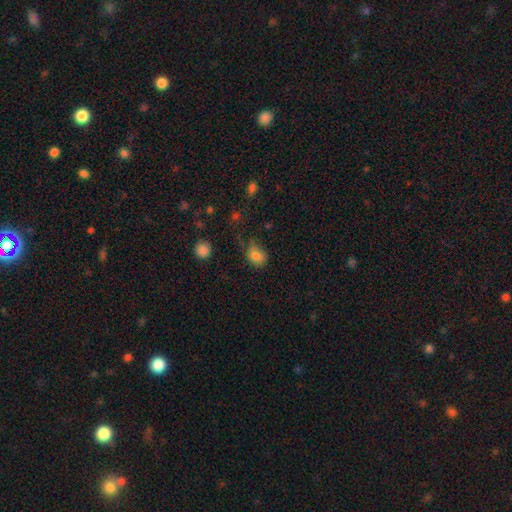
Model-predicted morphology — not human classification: A smooth galaxy with no disk features (82%) that is in between round and cigar-shaped (54%).

Vote fractions:
- Smooth or featured? smooth: 82% / star or artifact: 11% / featured or disk: 7%
- How rounded? in between: 54% / round: 45% / cigar-shaped: 1%
- Merging? none: 58% / minor disturbance: 30% / major disturbance: 10% / merger: 3%